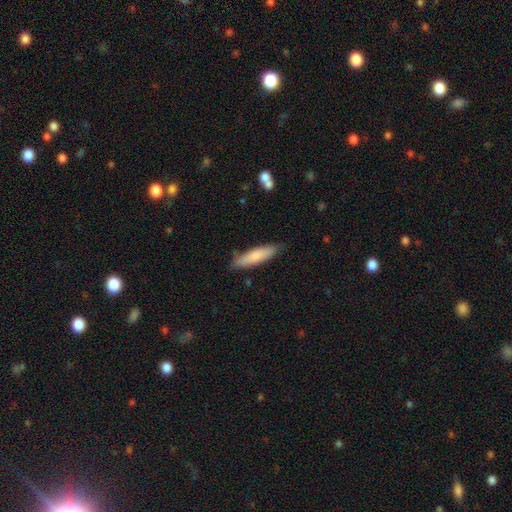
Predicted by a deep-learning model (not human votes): The model was most divided on "how rounded": cigar-shaped: 72%, in between: 27%, round: 1%. More confident: merging — none (81%); smooth or featured — smooth (77%).